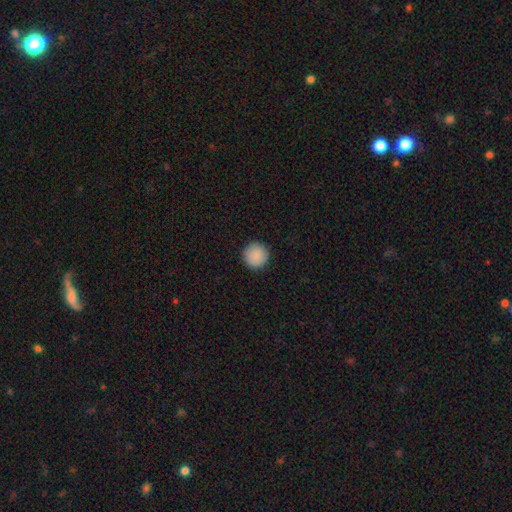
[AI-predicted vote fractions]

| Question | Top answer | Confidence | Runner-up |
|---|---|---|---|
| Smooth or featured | smooth | 89% | star or artifact (7%) |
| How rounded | round | 96% | in between (3%) |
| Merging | none | 92% | minor disturbance (5%) |